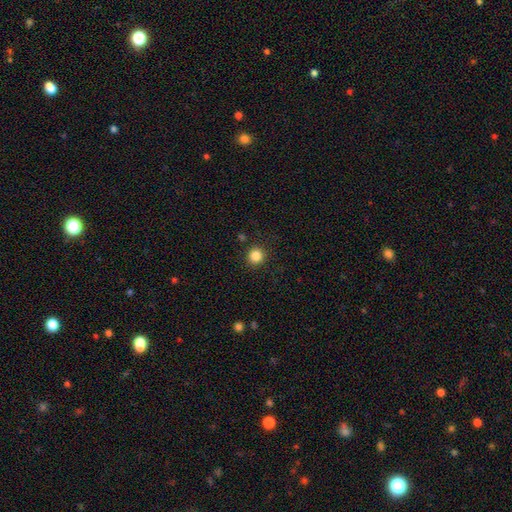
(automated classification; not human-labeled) Smooth or featured?
  - smooth: 85% *
  - star or artifact: 11%
  - featured or disk: 4%
How rounded?
  - round: 92% *
  - in between: 7%
  - cigar-shaped: 1%
Merging?
  - none: 90% *
  - minor disturbance: 6%
  - major disturbance: 2%
  - merger: 2%